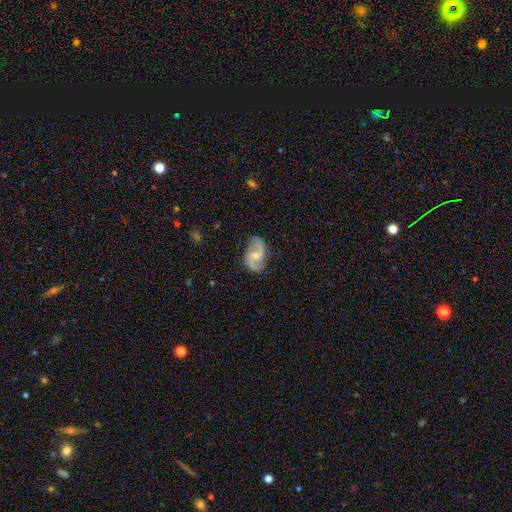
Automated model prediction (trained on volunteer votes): featured or disk 81%, smooth 14%, star or artifact 5%. Down the decision tree: edge-on disk — no (97%); bar — weak (49%); spiral arms — yes (94%); spiral arm count — 2 (92%); spiral winding — loose (54%); bulge size — moderate (47%, tied with small); merging — none (78%).